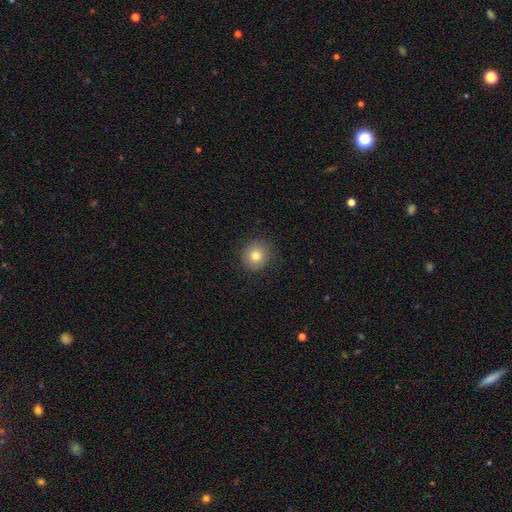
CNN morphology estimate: Q: Smooth or featured?
A: smooth (81%); runner-up: star or artifact (11%)
Q: How rounded?
A: round (88%); runner-up: in between (11%)
Q: Merging?
A: none (88%); runner-up: minor disturbance (8%)